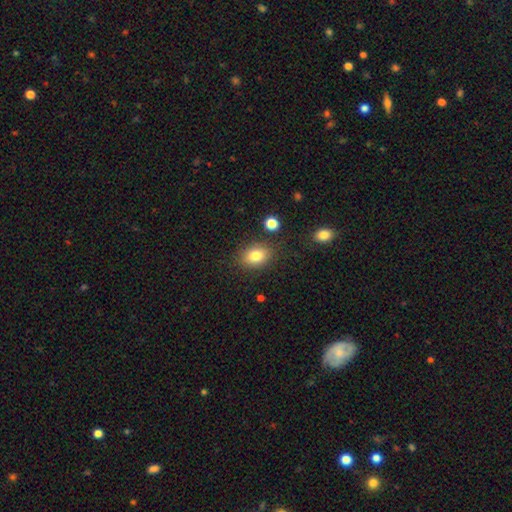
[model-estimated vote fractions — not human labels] This is clearly a smooth galaxy (81%). How rounded: likely in between (68%). Merging: clearly none (82%).